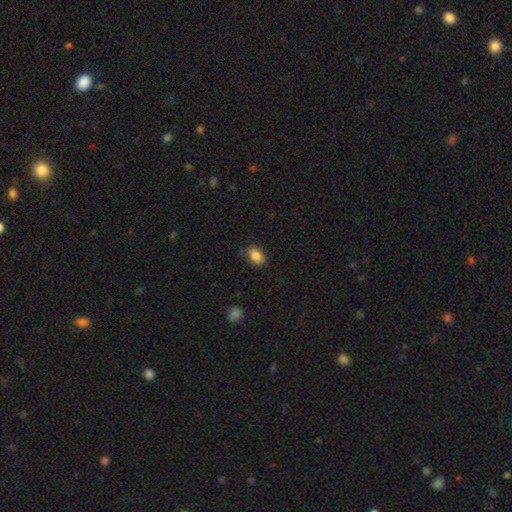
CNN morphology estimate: Overall: smooth (87%). How rounded: in between (88%). Merging: none (77%).